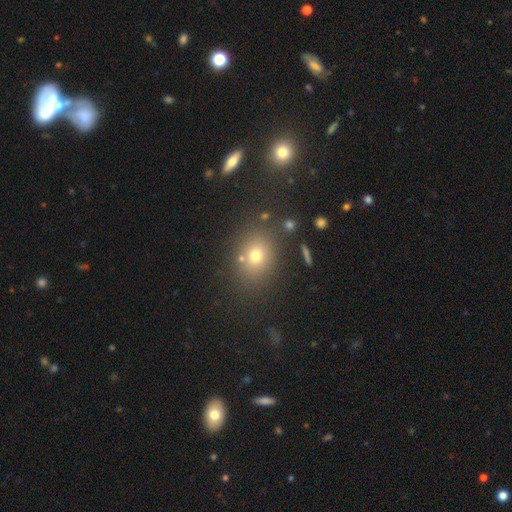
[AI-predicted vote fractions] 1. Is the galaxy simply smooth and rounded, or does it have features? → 70% smooth, 18% star or artifact, 12% featured or disk.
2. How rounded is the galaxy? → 50% round, 48% in between, 1% cigar-shaped.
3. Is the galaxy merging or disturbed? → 79% none, 11% minor disturbance, 6% merger, 4% major disturbance.